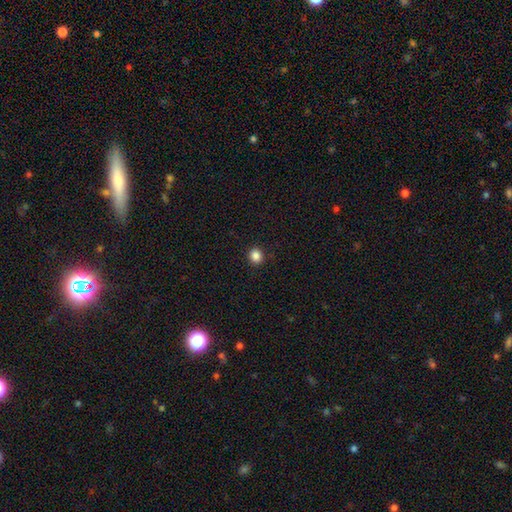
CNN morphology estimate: Smooth or featured? Predicted: smooth (p=0.86). How rounded? Predicted: round (p=0.81). Merging? Predicted: none (p=0.92).